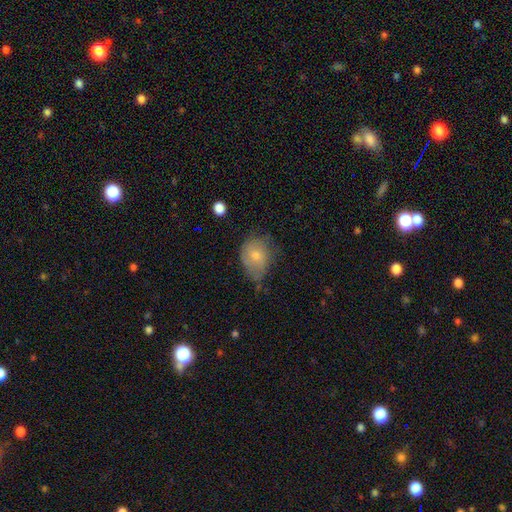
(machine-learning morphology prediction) The model was most divided on "merging": none: 42%, minor disturbance: 38%, major disturbance: 17%, merger: 3%. More confident: smooth or featured — smooth (64%); how rounded — in between (60%).